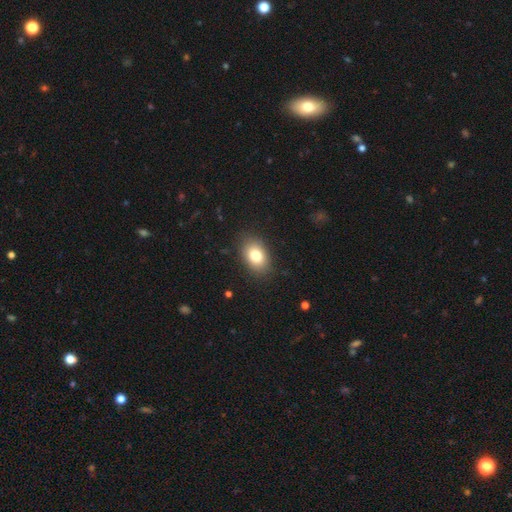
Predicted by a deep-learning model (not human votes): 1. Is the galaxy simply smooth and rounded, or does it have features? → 79% smooth, 12% featured or disk, 9% star or artifact.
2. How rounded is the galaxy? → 79% in between, 19% round, 1% cigar-shaped.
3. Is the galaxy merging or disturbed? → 85% none, 11% minor disturbance, 3% major disturbance, 1% merger.